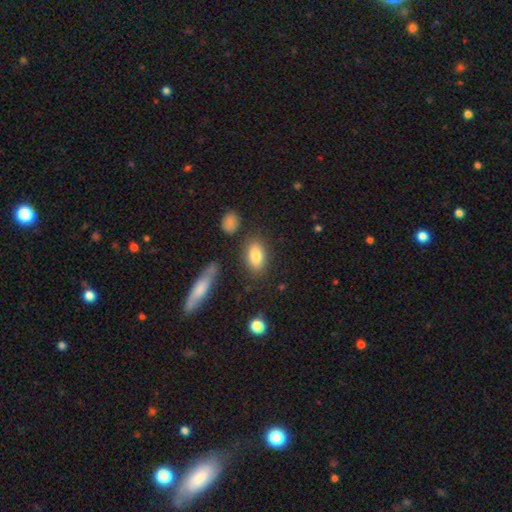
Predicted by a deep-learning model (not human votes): A smooth galaxy with no disk features (82%) that is in between round and cigar-shaped (86%). Merging: none (80%).